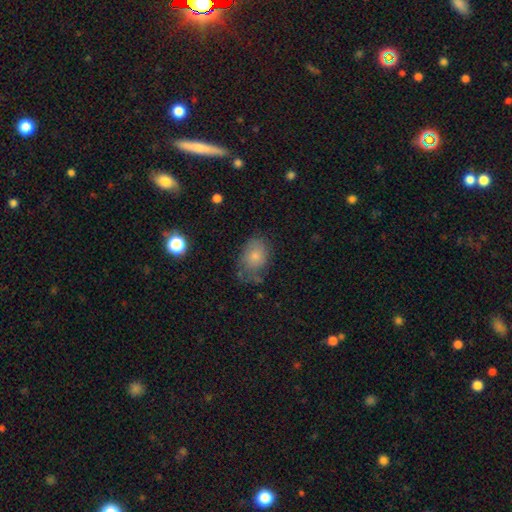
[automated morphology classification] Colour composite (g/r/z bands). It shows a smooth galaxy with no disk features (70%) that is in between round and cigar-shaped (72%). Merging: none (58%).